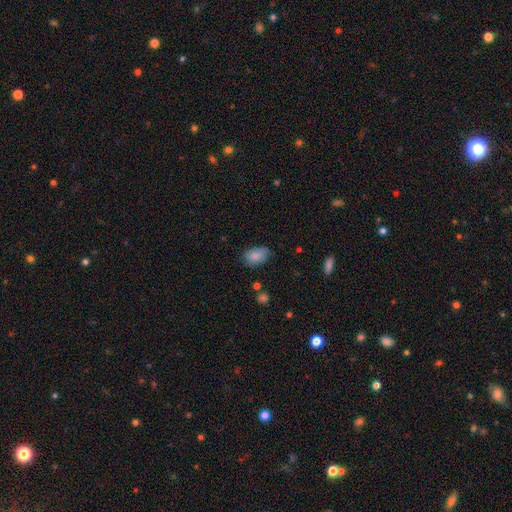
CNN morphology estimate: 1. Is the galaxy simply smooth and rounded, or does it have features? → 84% smooth, 9% featured or disk, 8% star or artifact.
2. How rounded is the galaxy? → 88% in between, 10% round, 1% cigar-shaped.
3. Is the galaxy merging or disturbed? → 69% none, 25% minor disturbance, 5% major disturbance, 2% merger.